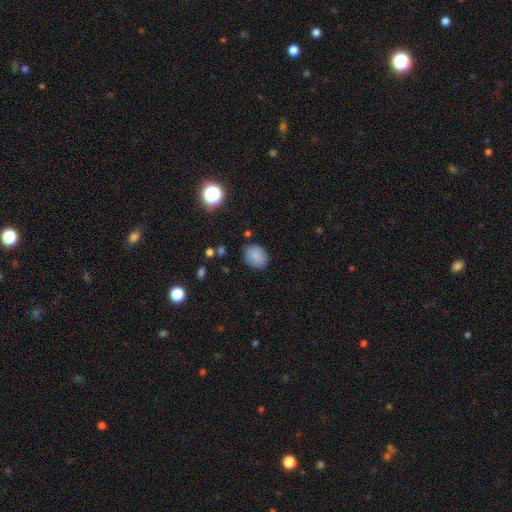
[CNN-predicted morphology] Smooth or featured? Predicted: smooth (p=0.84). How rounded? Predicted: in between (p=0.57). Merging? Predicted: none (p=0.83).